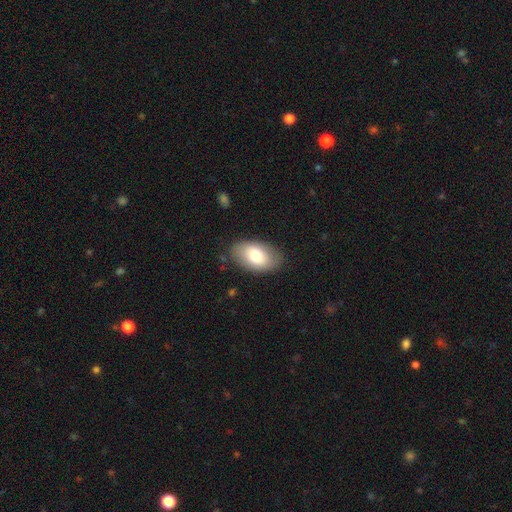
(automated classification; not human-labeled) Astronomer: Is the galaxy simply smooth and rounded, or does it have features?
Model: smooth — 76%.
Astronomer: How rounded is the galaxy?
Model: in between — 93%.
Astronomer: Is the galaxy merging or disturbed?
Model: none — 84%.